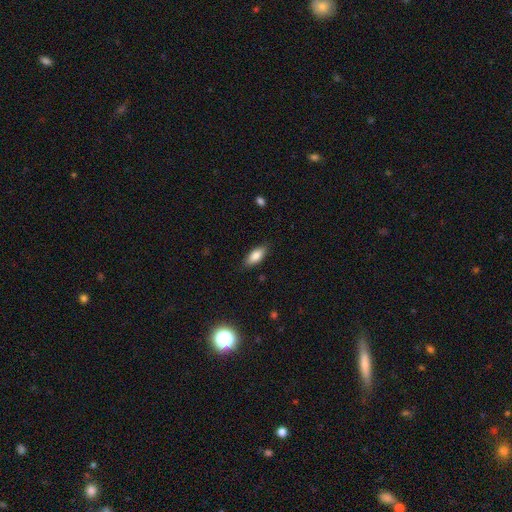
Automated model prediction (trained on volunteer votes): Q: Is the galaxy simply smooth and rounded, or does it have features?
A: smooth — 83%.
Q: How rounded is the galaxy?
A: in between — 83%.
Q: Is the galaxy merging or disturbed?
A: none — 84%.